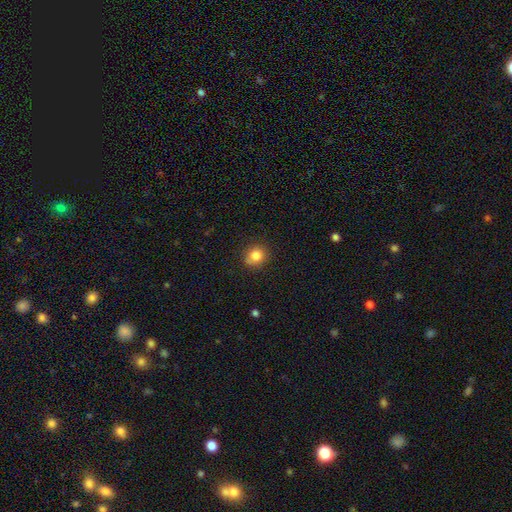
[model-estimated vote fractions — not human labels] This is clearly a smooth galaxy (83%). How rounded: clearly round (83%). Merging: clearly none (80%).